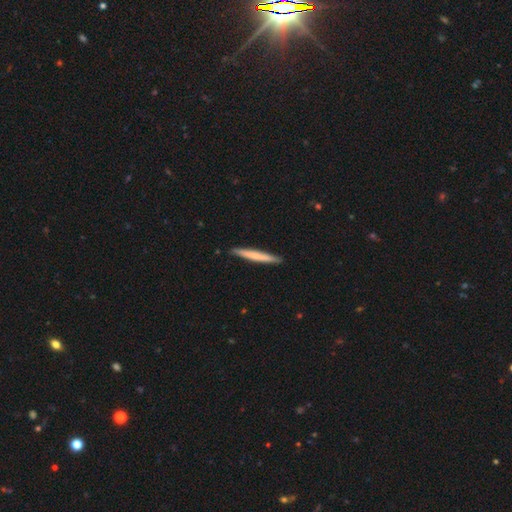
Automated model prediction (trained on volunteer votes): This is likely a smooth galaxy (64%). How rounded: clearly cigar-shaped (97%). Merging: clearly none (91%).